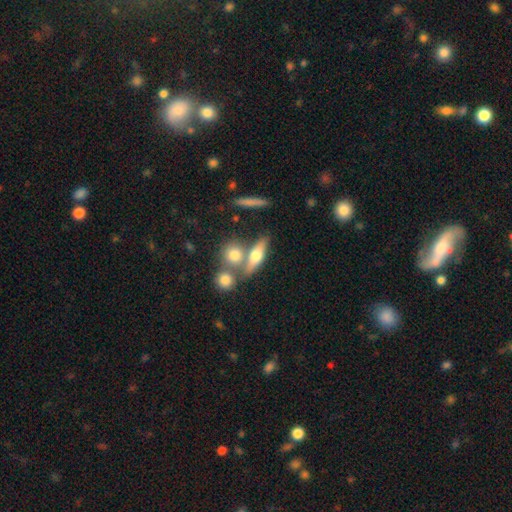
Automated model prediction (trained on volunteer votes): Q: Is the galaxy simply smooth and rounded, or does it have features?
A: smooth — 58%.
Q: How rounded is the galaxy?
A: in between — 44%.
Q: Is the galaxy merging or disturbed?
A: none — 52%.